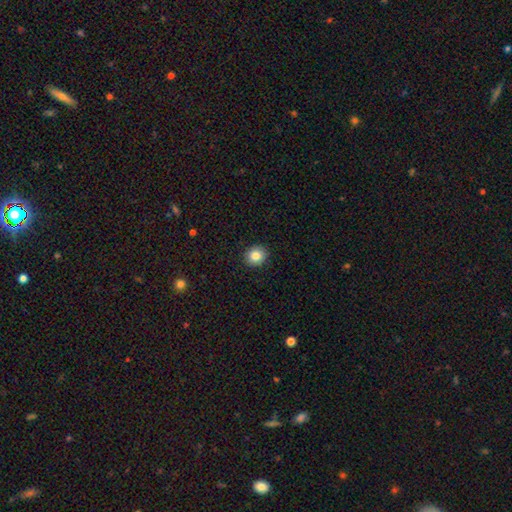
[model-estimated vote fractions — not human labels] smooth_or_featured: smooth (p=0.85) [alt: star or artifact p=0.09]
how_rounded: round (p=0.84) [alt: in between p=0.16]
merging: none (p=0.91) [alt: minor disturbance p=0.06]